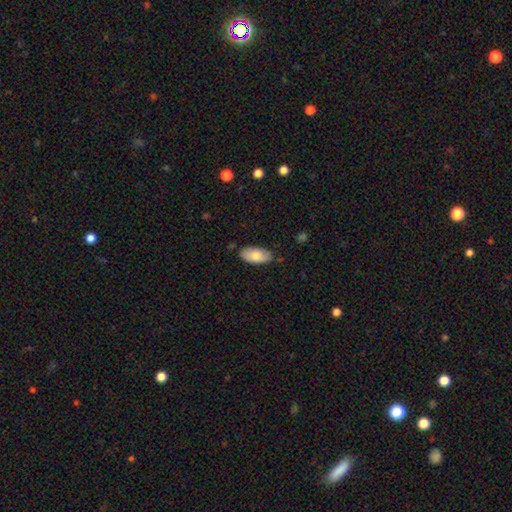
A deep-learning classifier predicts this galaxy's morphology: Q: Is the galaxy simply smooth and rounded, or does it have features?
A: smooth — 77%.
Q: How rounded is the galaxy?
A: in between — 93%.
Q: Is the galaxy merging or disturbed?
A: none — 81%.